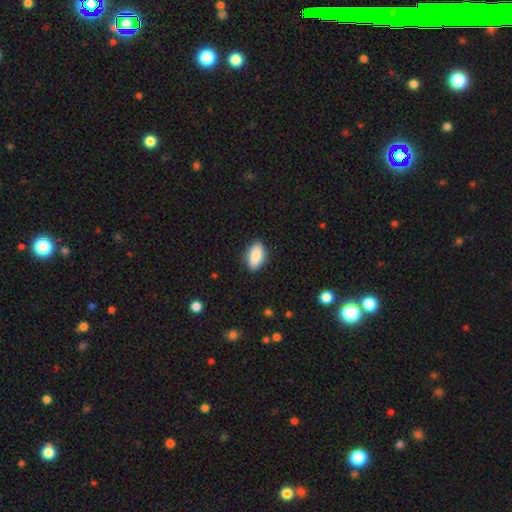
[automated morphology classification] The model was most divided on "merging": none: 85%, minor disturbance: 11%, major disturbance: 2%, merger: 1%. More confident: how rounded — in between (91%); smooth or featured — smooth (86%).